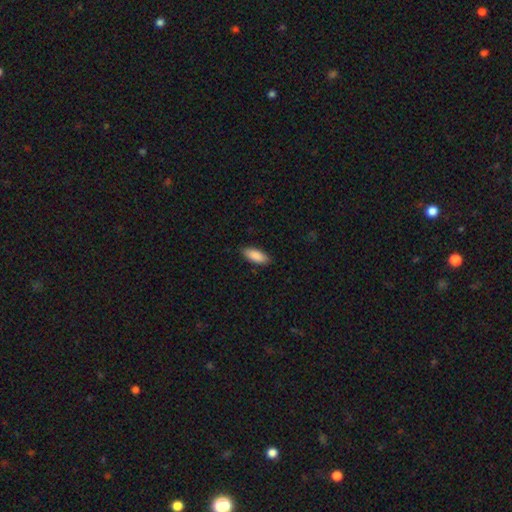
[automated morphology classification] Q: Smooth or featured?
A: smooth (90%); runner-up: star or artifact (6%)
Q: How rounded?
A: in between (82%); runner-up: cigar-shaped (16%)
Q: Merging?
A: none (86%); runner-up: minor disturbance (11%)